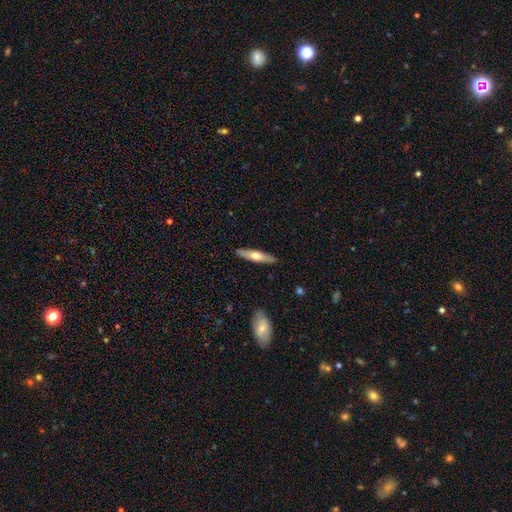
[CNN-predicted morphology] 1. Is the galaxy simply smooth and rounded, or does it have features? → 54% smooth, 41% featured or disk, 5% star or artifact.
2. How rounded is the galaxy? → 81% cigar-shaped, 17% in between, 2% round.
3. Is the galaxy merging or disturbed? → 90% none, 7% minor disturbance, 1% major disturbance, 1% merger.